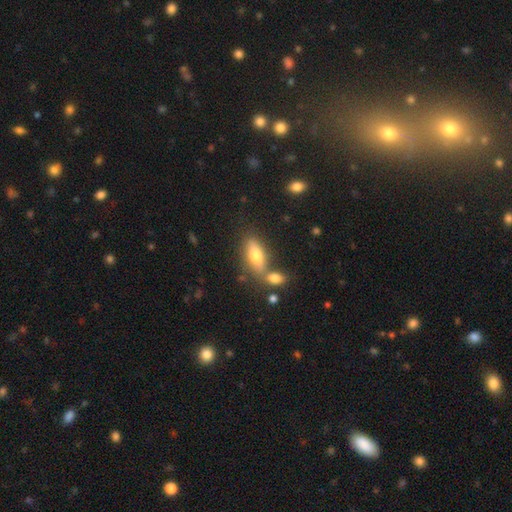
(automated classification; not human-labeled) Q: Smooth or featured?
A: smooth (65%); runner-up: featured or disk (27%)
Q: How rounded?
A: in between (69%); runner-up: cigar-shaped (27%)
Q: Merging?
A: none (61%); runner-up: merger (23%)